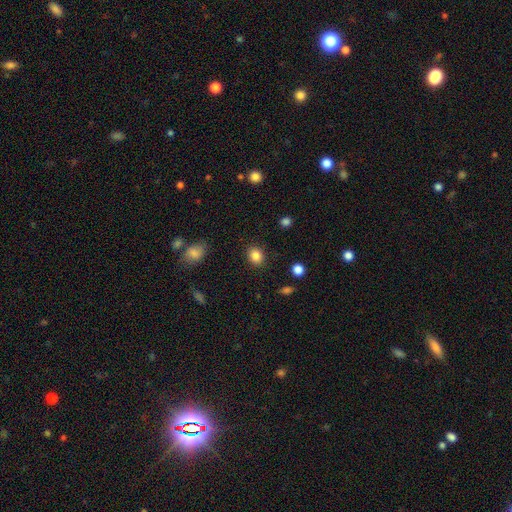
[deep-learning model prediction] Smooth or featured? smooth (86%)
How rounded? round (60%)
Merging? none (88%)